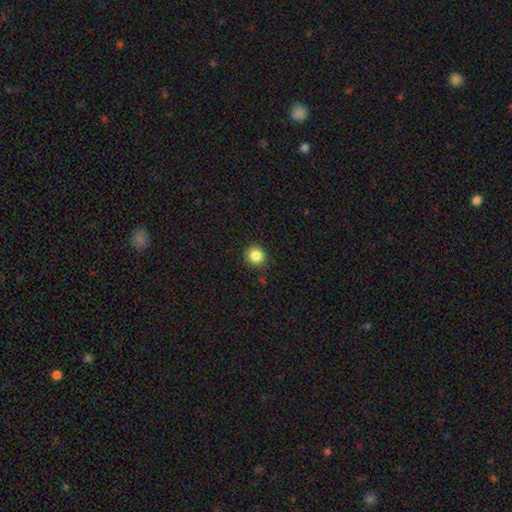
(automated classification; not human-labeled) smooth_or_featured: smooth (p=0.85) [alt: star or artifact p=0.10]
how_rounded: round (p=0.91) [alt: in between p=0.08]
merging: none (p=0.91) [alt: minor disturbance p=0.06]